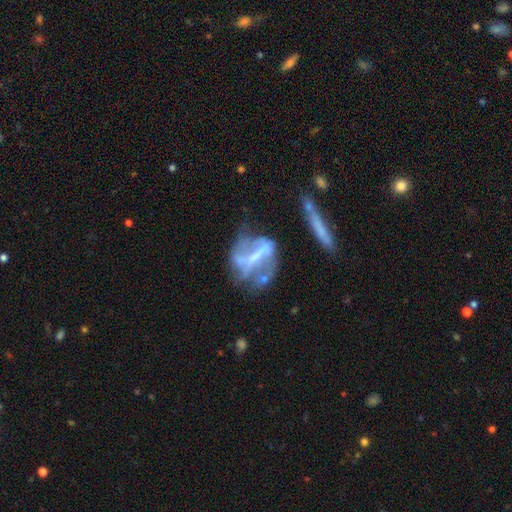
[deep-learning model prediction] Morphology: type=featured or disk (72%); edge-on=no (92%); bar=strong (53%); spiral arms=no (52%); bulge=none (42%); merging=none (37%).